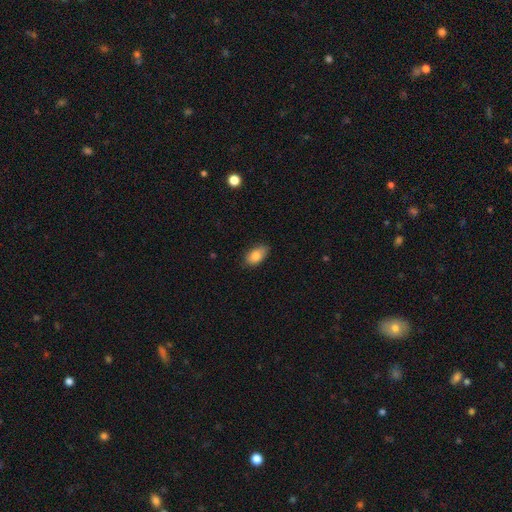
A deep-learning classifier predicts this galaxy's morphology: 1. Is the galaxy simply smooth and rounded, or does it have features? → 83% smooth, 9% featured or disk, 7% star or artifact.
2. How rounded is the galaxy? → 91% in between, 6% round, 3% cigar-shaped.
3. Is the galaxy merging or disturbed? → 81% none, 16% minor disturbance, 3% major disturbance, 1% merger.